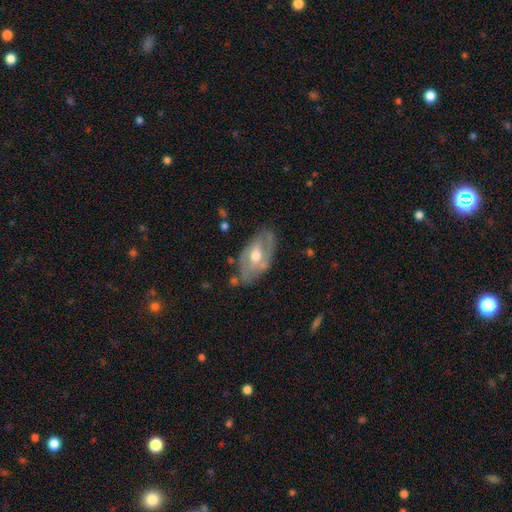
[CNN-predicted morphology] Smooth or featured? Predicted: featured or disk (p=0.73). Edge-on disk? Predicted: no (p=0.92). Bar? Predicted: no (p=0.50). Spiral arms? Predicted: yes (p=0.75). Spiral winding? Predicted: tight (p=0.47). Spiral arm count? Predicted: 2 (p=0.55). Bulge size? Predicted: moderate (p=0.75). Merging? Predicted: none (p=0.69).